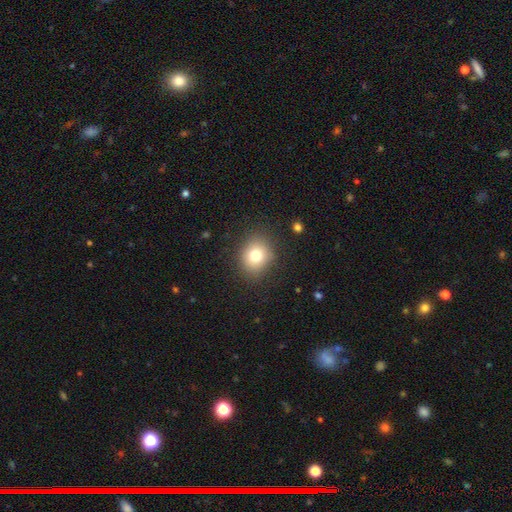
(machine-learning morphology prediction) The model was most divided on "how rounded": round: 69%, in between: 30%, cigar-shaped: 1%. More confident: merging — none (85%); smooth or featured — smooth (76%).